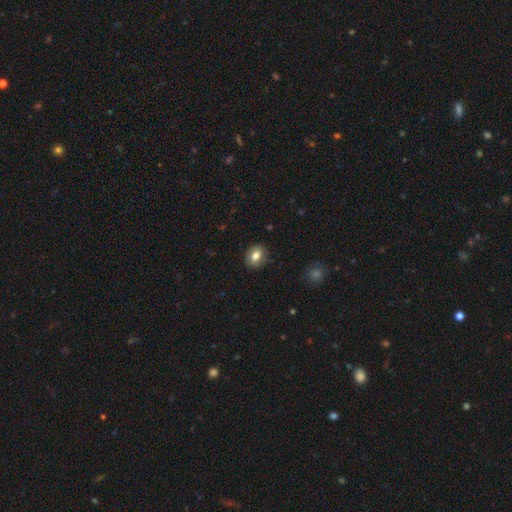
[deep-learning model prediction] smooth_or_featured: smooth (p=0.76) [alt: featured or disk p=0.16]
how_rounded: in between (p=0.57) [alt: round p=0.42]
merging: none (p=0.83) [alt: minor disturbance p=0.13]